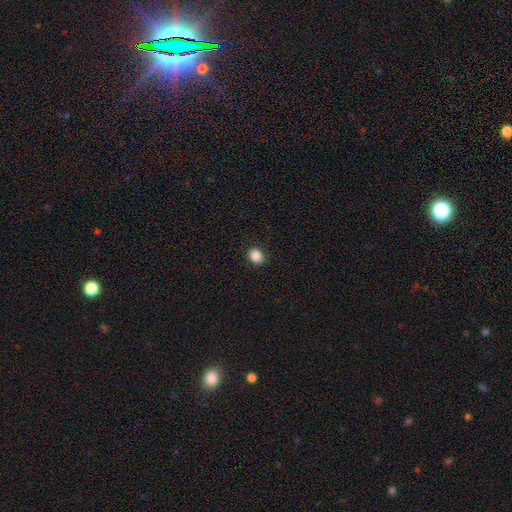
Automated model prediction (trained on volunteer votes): Q: Smooth or featured?
A: smooth (88%); runner-up: star or artifact (9%)
Q: How rounded?
A: in between (50%); runner-up: round (49%)
Q: Merging?
A: none (89%); runner-up: minor disturbance (8%)